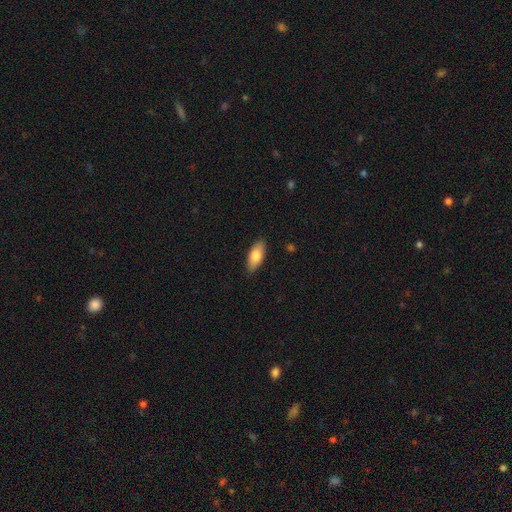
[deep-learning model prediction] Smooth or featured? smooth (76%)
How rounded? in between (82%)
Merging? none (87%)